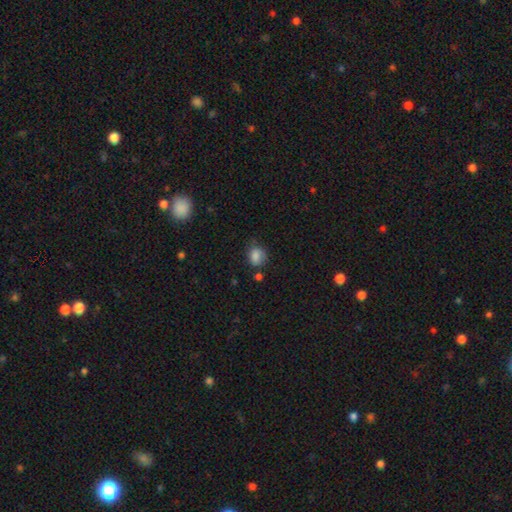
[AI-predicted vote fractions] Overall: smooth (81%). How rounded: round (58%; in between 41%). Merging: none (59%; minor disturbance 27%).